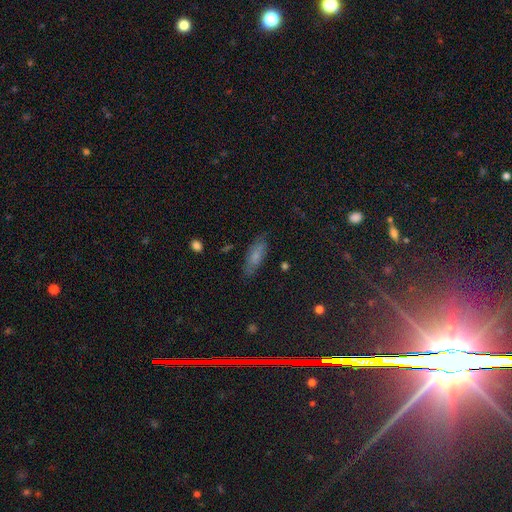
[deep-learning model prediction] A smooth galaxy with no disk features (70%) that is in between round and cigar-shaped (60%). Merging: none (81%).